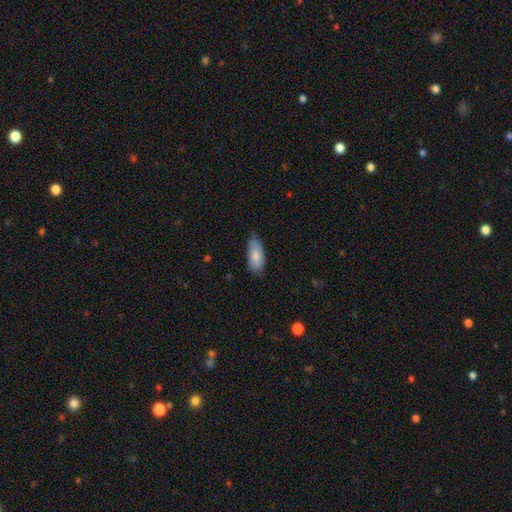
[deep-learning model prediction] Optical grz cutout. It shows a smooth galaxy with no disk features (84%) that is in between round and cigar-shaped (87%). Merging: none (70%).